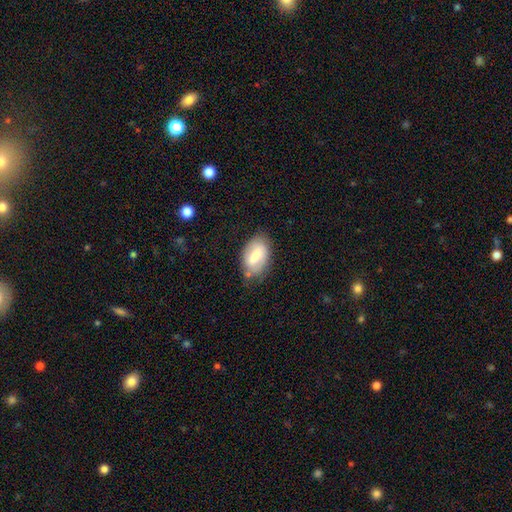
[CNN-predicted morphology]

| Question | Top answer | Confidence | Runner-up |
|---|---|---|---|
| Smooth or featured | smooth | 63% | featured or disk (30%) |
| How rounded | in between | 91% | round (7%) |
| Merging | none | 69% | minor disturbance (22%) |